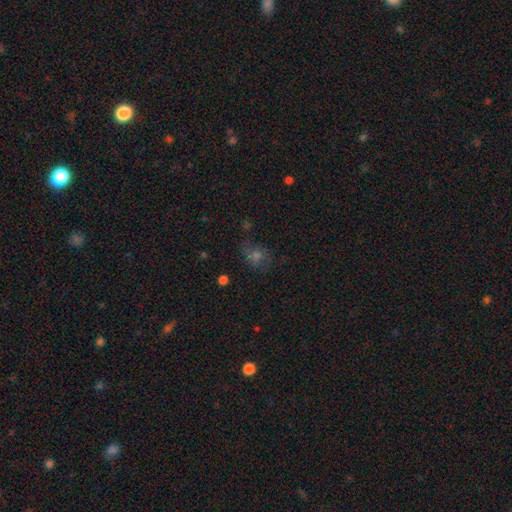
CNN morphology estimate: This appears to be a smooth galaxy with no disk features (41%). Merging: none (63%).